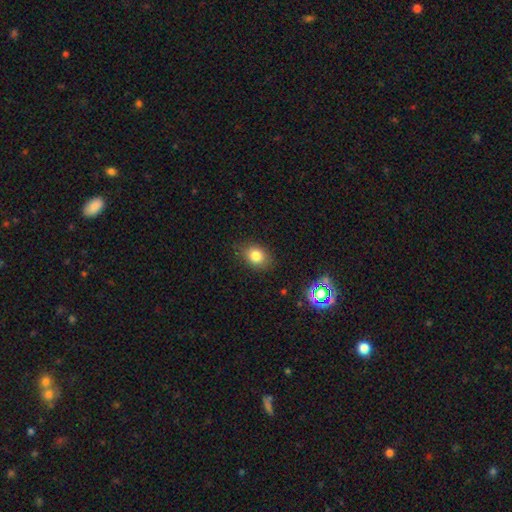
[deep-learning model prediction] smooth_or_featured: smooth (p=0.82) [alt: star or artifact p=0.11]
how_rounded: in between (p=0.56) [alt: round p=0.43]
merging: none (p=0.82) [alt: minor disturbance p=0.14]